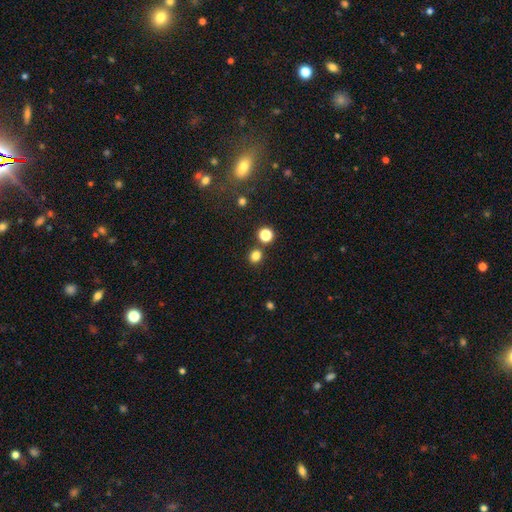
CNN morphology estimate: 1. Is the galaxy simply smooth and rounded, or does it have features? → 80% smooth, 15% star or artifact, 4% featured or disk.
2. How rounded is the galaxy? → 78% round, 21% in between, 1% cigar-shaped.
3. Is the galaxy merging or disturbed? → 81% none, 9% merger, 7% minor disturbance, 3% major disturbance.